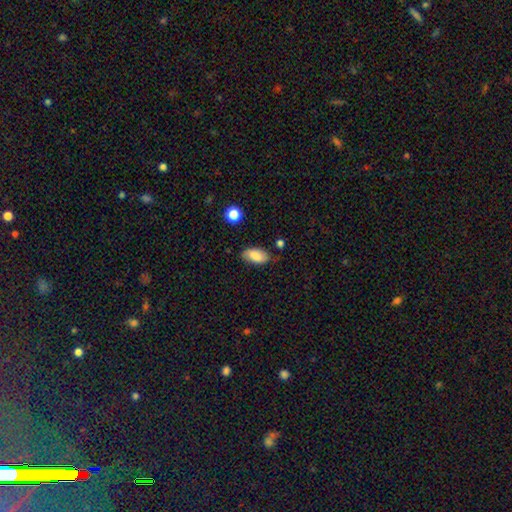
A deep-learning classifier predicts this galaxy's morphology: A smooth galaxy with no disk features (82%) that is in between round and cigar-shaped (93%).

Vote fractions:
- Smooth or featured? smooth: 82% / featured or disk: 11% / star or artifact: 8%
- How rounded? in between: 93% / cigar-shaped: 4% / round: 3%
- Merging? none: 71% / minor disturbance: 21% / major disturbance: 4% / merger: 3%